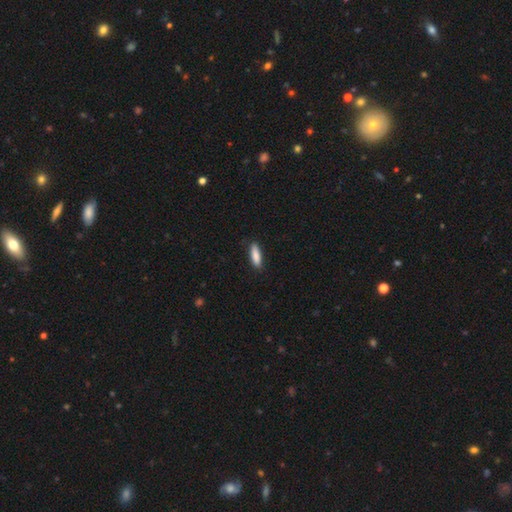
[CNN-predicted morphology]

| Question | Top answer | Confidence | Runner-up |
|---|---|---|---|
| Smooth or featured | smooth | 87% | featured or disk (7%) |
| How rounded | cigar-shaped | 56% | in between (42%) |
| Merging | none | 86% | minor disturbance (11%) |